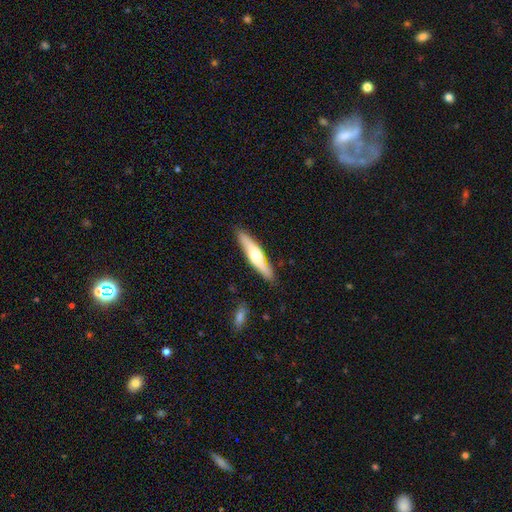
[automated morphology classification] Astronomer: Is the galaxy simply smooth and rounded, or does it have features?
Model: smooth — 51% (runner-up: featured or disk, 44%).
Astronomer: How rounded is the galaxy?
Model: cigar-shaped — 78%.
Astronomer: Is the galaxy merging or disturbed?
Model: none — 86%.